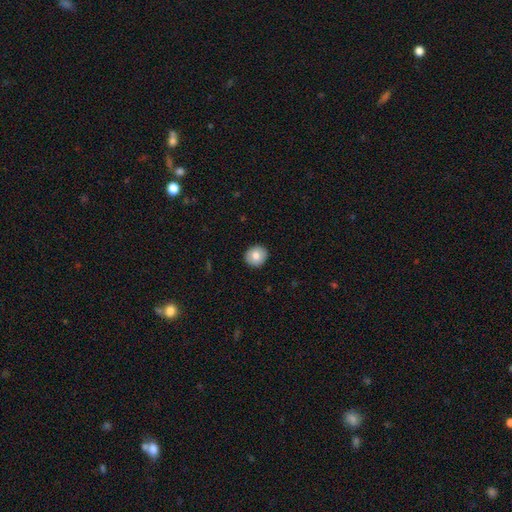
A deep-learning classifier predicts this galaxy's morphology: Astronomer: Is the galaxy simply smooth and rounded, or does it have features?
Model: smooth — 79%.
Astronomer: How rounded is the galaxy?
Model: round — 86%.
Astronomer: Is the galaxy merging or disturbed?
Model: none — 91%.